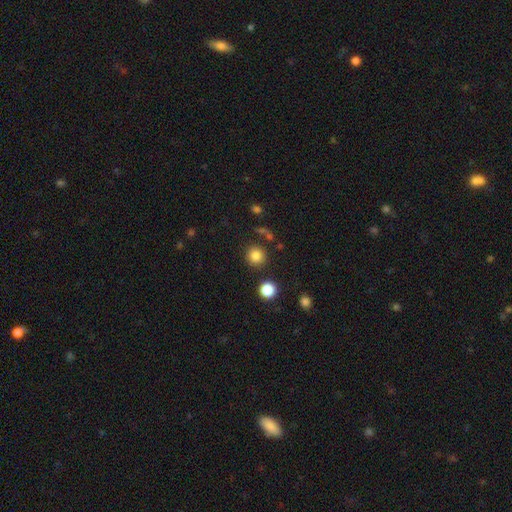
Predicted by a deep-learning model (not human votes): Smooth or featured: smooth — 83% (star or artifact — 12%)
How rounded: round — 93% (in between — 6%)
Merging: none — 85% (minor disturbance — 7%)